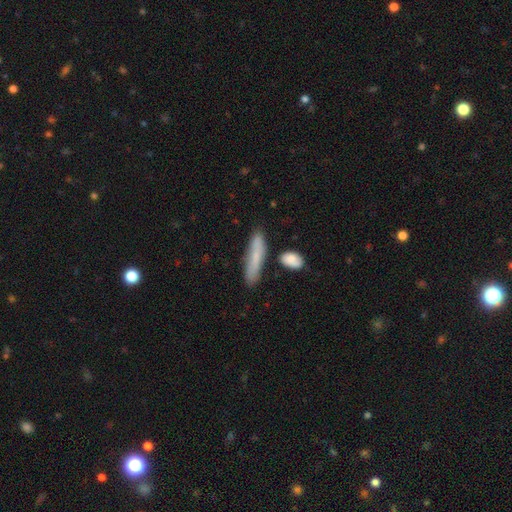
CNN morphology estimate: Smooth or featured: smooth — 70% (featured or disk — 22%)
How rounded: cigar-shaped — 79% (in between — 19%)
Merging: none — 72% (minor disturbance — 16%)